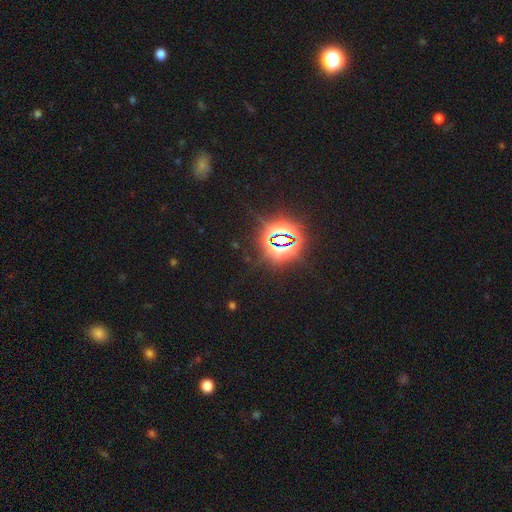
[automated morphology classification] A star or artifact, not a galaxy (80%).